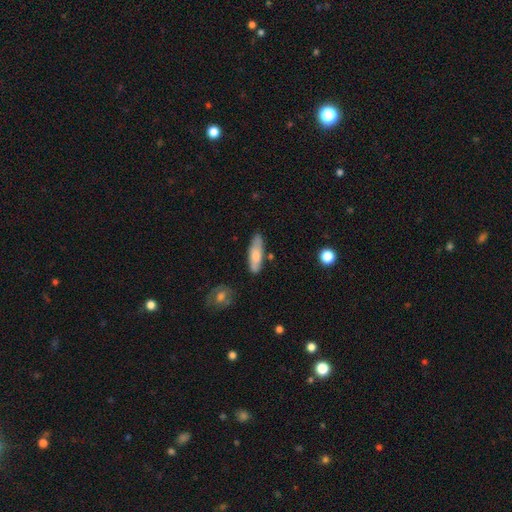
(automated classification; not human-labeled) Overall: smooth (76%). How rounded: cigar-shaped (53%; in between 45%). Merging: none (77%).